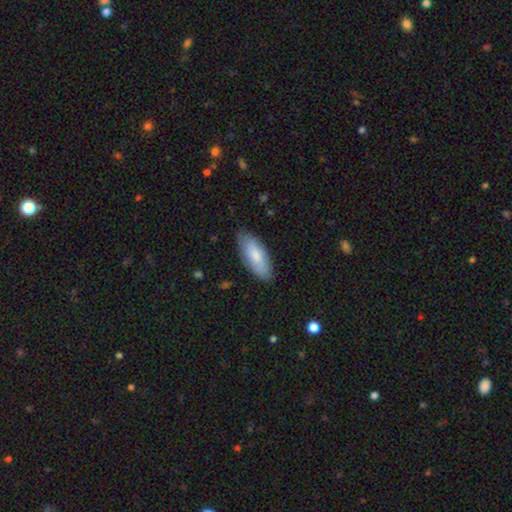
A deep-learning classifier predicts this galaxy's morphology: Smooth or featured? smooth (78%)
How rounded? in between (75%)
Merging? none (83%)